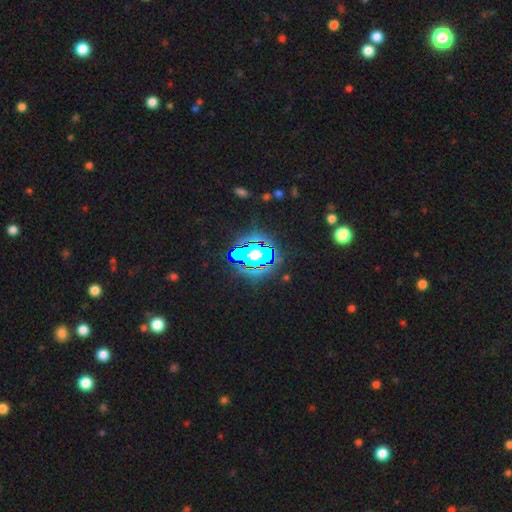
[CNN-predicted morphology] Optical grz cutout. It shows a star or artifact, not a galaxy (57%).